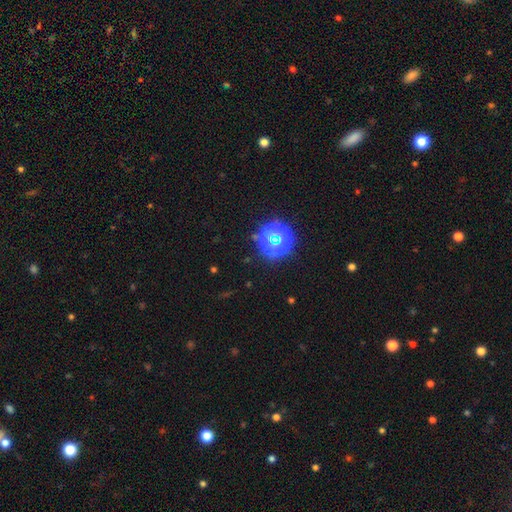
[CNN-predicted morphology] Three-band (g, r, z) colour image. It shows a star or artifact, not a galaxy (77%).